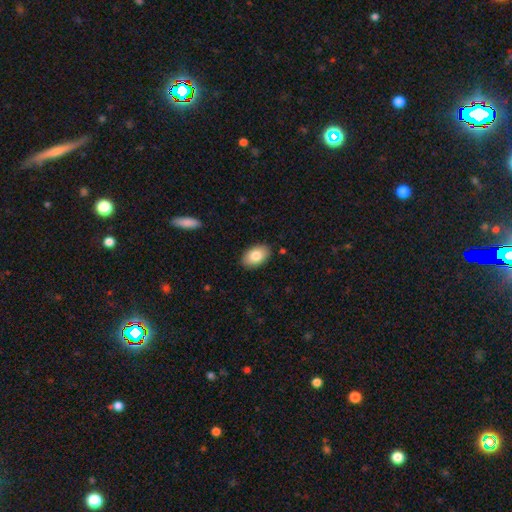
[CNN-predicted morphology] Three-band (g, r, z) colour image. It shows a smooth galaxy with no disk features (83%) that is in between round and cigar-shaped (92%). Merging: none (88%).